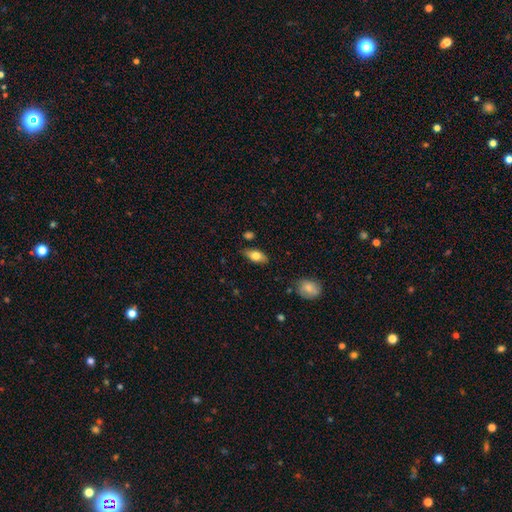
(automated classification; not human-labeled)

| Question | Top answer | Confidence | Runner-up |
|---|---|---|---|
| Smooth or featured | smooth | 71% | featured or disk (22%) |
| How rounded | in between | 85% | cigar-shaped (12%) |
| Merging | none | 80% | minor disturbance (14%) |